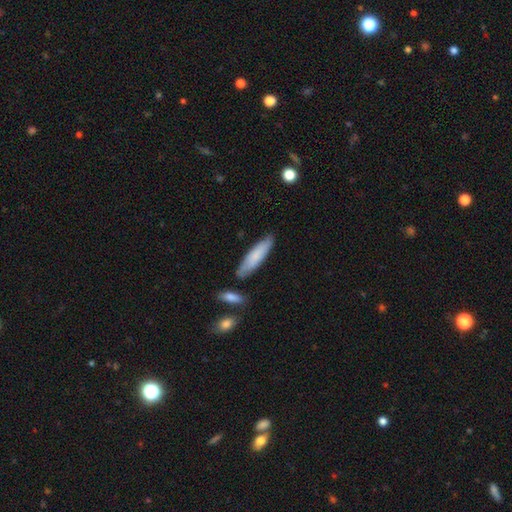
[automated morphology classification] smooth 77%, featured or disk 17%, star or artifact 6%. Down the decision tree: how rounded — cigar-shaped (70%); merging — none (78%).